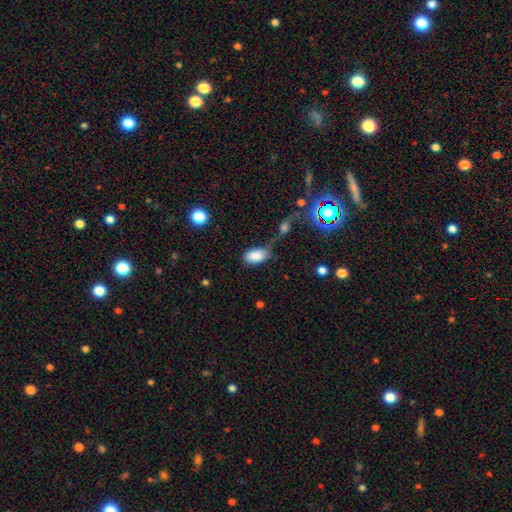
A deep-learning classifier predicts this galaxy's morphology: Q: Smooth or featured?
A: smooth (85%); runner-up: star or artifact (8%)
Q: How rounded?
A: in between (92%); runner-up: round (6%)
Q: Merging?
A: none (49%); runner-up: minor disturbance (23%)